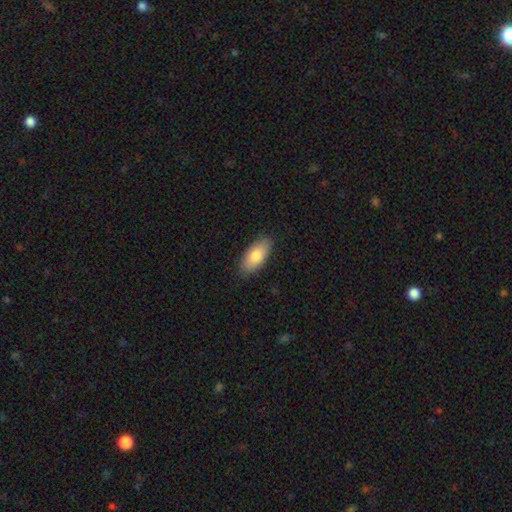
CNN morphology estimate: A smooth galaxy with no disk features (81%) that is in between round and cigar-shaped (88%). Merging: none (87%).